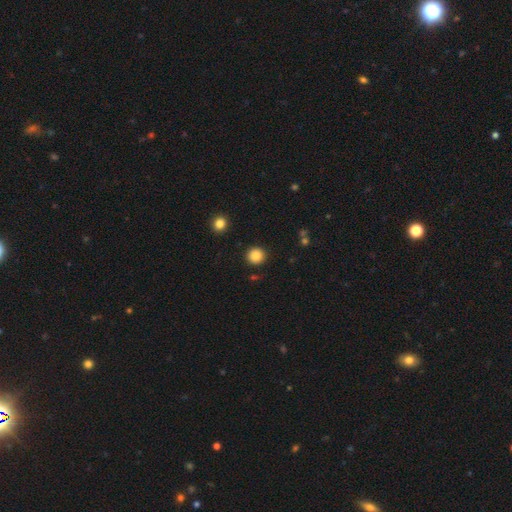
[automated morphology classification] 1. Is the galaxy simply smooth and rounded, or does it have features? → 86% smooth, 10% star or artifact, 4% featured or disk.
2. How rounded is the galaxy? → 94% round, 5% in between, 1% cigar-shaped.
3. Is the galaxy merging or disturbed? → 91% none, 6% minor disturbance, 2% major disturbance, 2% merger.